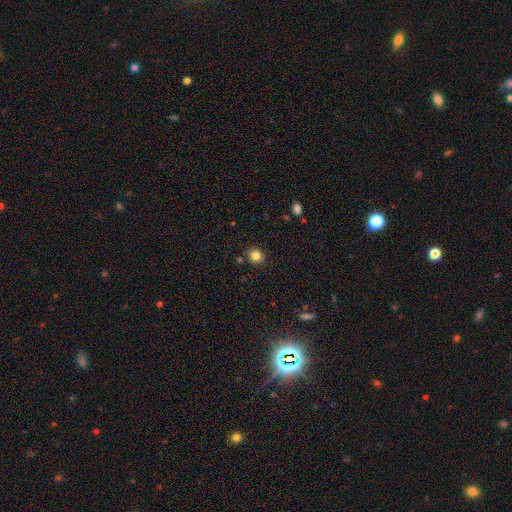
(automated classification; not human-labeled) smooth 83%, star or artifact 13%, featured or disk 5%. Down the decision tree: how rounded — round (90%); merging — none (88%).